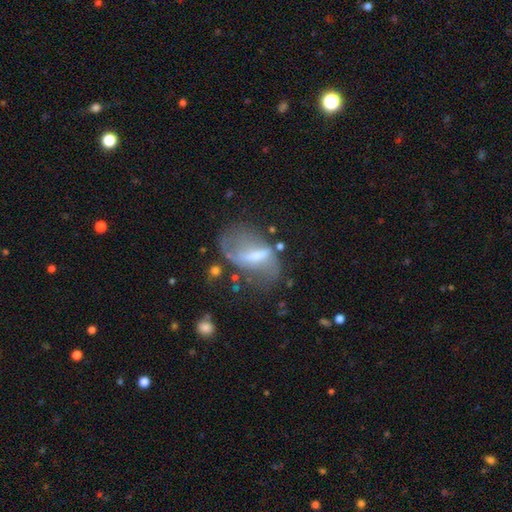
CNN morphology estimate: A featured or disk galaxy (64%) with a strong bar (45%), spiral arms (56%) and a moderate central bulge (38%).

Vote fractions:
- Smooth or featured? featured or disk: 64% / smooth: 26% / star or artifact: 10%
- Edge-on disk? no: 91% / yes: 9%
- Bar? strong: 45% / weak: 38% / no: 16%
- Spiral arms? yes: 56% / no: 44%
- Bulge size? moderate: 38% / small: 37% / none: 17% / large: 7% / dominant: 2%
- Merging? none: 39% / major disturbance: 30% / minor disturbance: 24% / merger: 7%